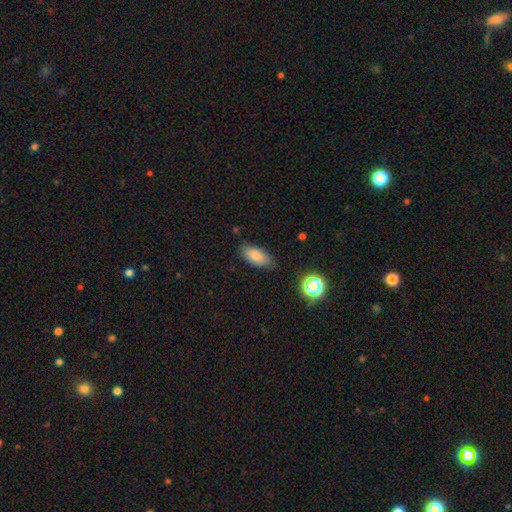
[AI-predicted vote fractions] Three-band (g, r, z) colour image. It shows a smooth galaxy with no disk features (81%) that is in between round and cigar-shaped (87%). Merging: none (74%).